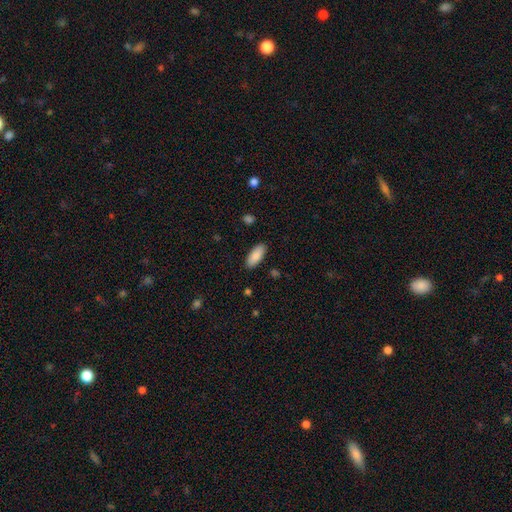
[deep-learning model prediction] Smooth or featured: smooth — 89% (star or artifact — 6%)
How rounded: in between — 83% (cigar-shaped — 15%)
Merging: none — 89% (minor disturbance — 8%)